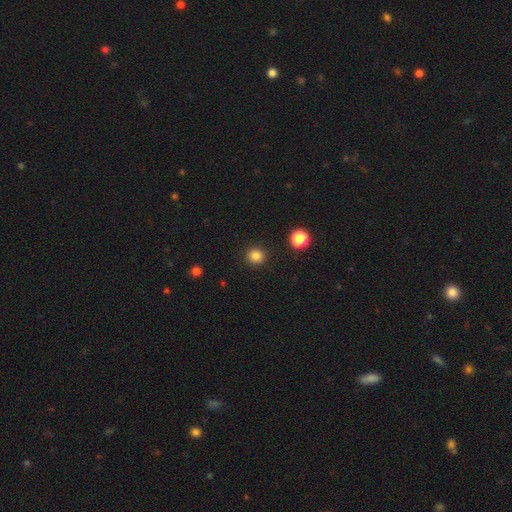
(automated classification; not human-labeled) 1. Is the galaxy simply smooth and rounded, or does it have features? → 84% smooth, 12% star or artifact, 4% featured or disk.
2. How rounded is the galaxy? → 91% round, 8% in between, 1% cigar-shaped.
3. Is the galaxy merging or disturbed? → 91% none, 5% minor disturbance, 2% major disturbance, 2% merger.